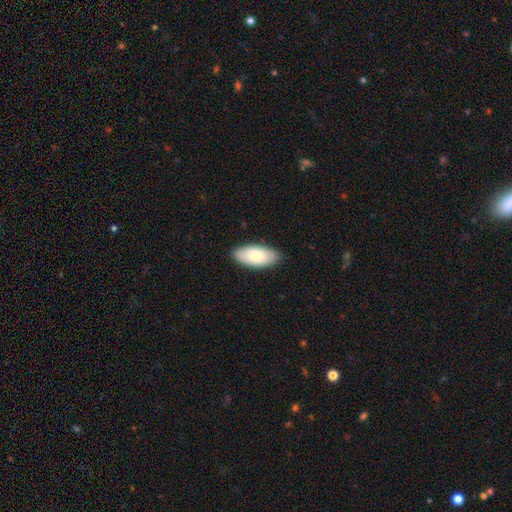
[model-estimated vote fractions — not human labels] Smooth or featured? Predicted: smooth (p=0.74). How rounded? Predicted: in between (p=0.93). Merging? Predicted: none (p=0.87).